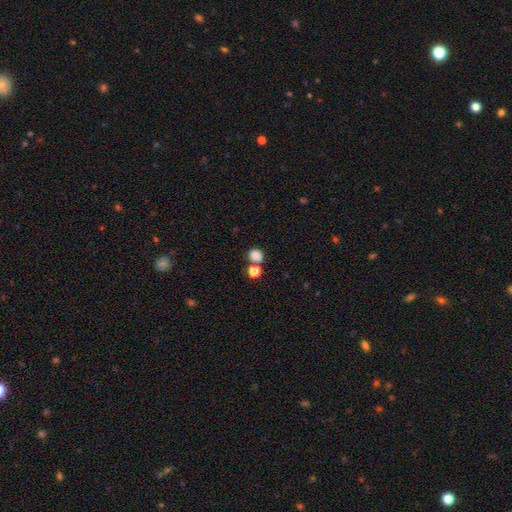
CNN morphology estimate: smooth 83%, star or artifact 13%, featured or disk 5%. Down the decision tree: how rounded — round (72%); merging — none (66%).